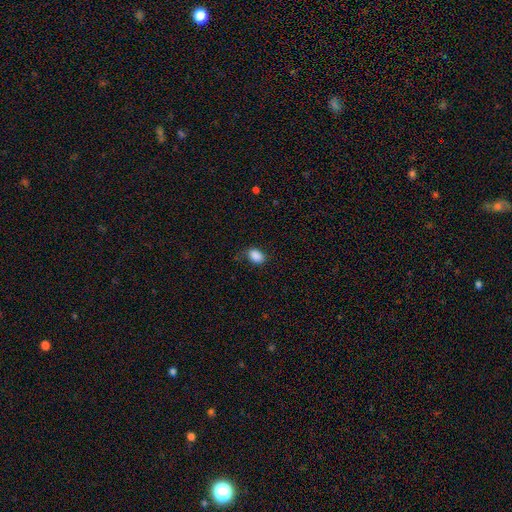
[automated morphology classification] A smooth galaxy with no disk features (88%) that is in between round and cigar-shaped (81%). Merging: none (76%).